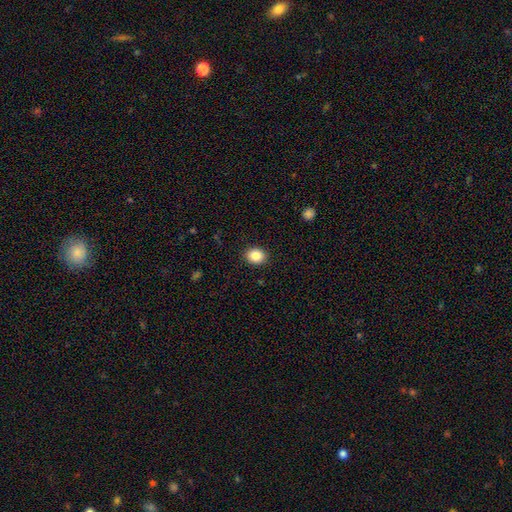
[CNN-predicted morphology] Overall: smooth (85%). How rounded: round (55%; in between 44%). Merging: none (91%).